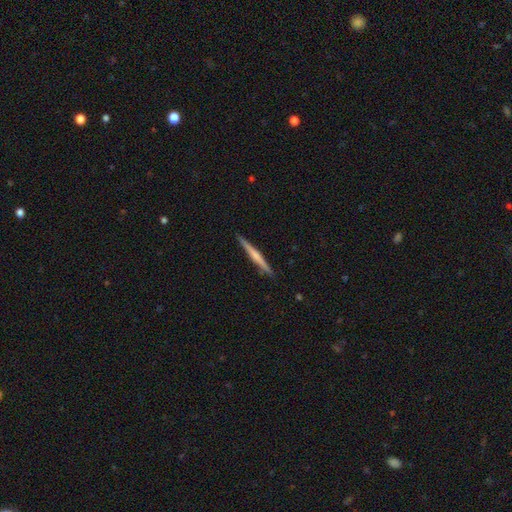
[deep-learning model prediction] Smooth or featured?
  - featured or disk: 56% *
  - smooth: 38%
  - star or artifact: 5%
Edge-on disk?
  - yes: 98% *
  - no: 2%
Edge-on bulge?
  - rounded: 49% *
  - none: 39%
  - boxy: 12%
Merging?
  - none: 91% *
  - minor disturbance: 7%
  - major disturbance: 1%
  - merger: 1%